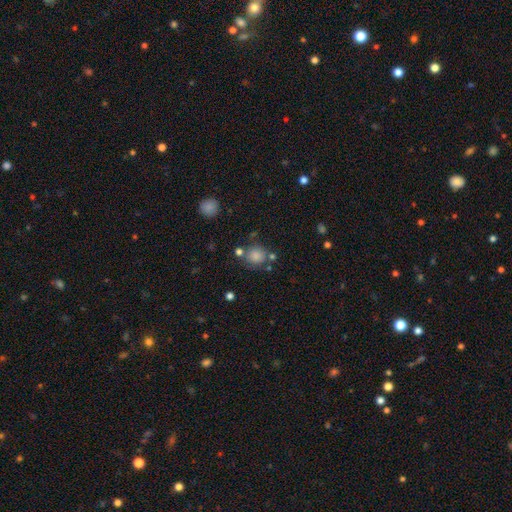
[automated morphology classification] smooth 82%, star or artifact 12%, featured or disk 6%. Down the decision tree: how rounded — round (85%); merging — none (71%).